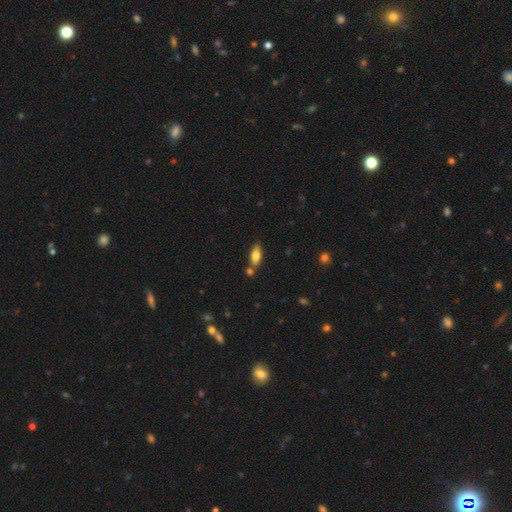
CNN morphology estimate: smooth_or_featured: smooth (p=0.72) [alt: featured or disk p=0.21]
how_rounded: in between (p=0.78) [alt: cigar-shaped p=0.20]
merging: none (p=0.69) [alt: merger p=0.14]